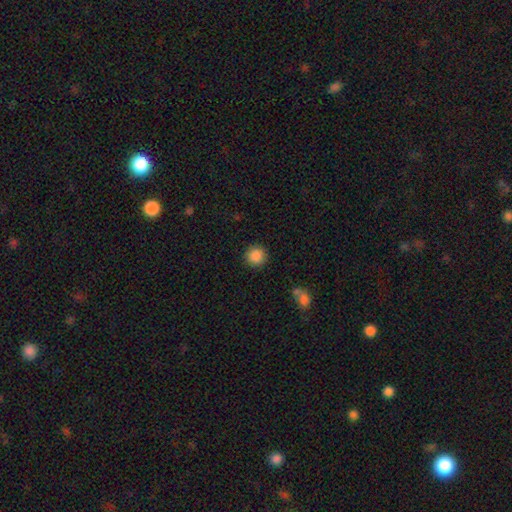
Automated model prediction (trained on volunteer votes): smooth-or-featured: smooth: 88% | star or artifact: 9% | featured or disk: 4%
  how-rounded: round: 94% | in between: 5% | cigar-shaped: 1%
  merging: none: 90% | minor disturbance: 6% | major disturbance: 2% | merger: 1%